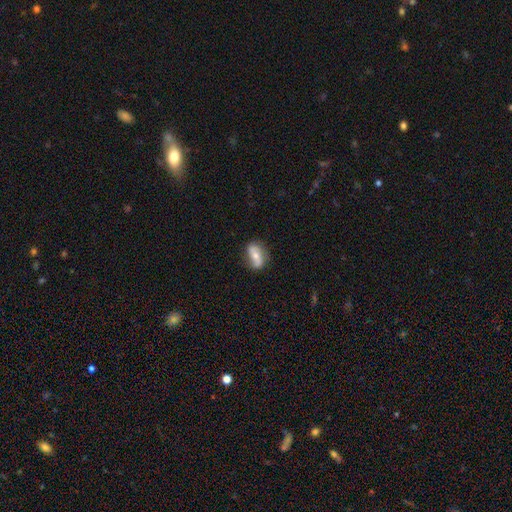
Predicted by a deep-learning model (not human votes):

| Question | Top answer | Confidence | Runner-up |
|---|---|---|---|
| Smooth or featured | smooth | 47% | featured or disk (45%) |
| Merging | none | 72% | minor disturbance (21%) |